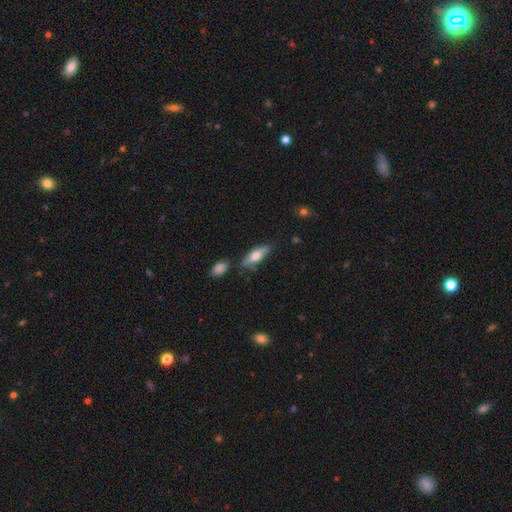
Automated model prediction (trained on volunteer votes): Smooth or featured? Predicted: smooth (p=0.56). How rounded? Predicted: cigar-shaped (p=0.49). Merging? Predicted: none (p=0.72).